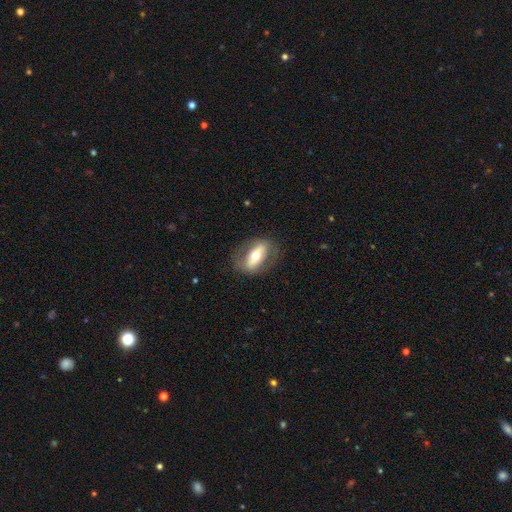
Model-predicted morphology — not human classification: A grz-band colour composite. It shows a featured or disk galaxy (52%). Merging: none (78%).